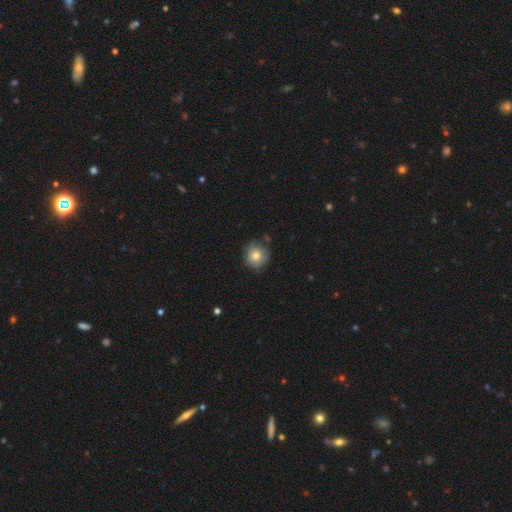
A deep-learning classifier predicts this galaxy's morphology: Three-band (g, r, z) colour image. It shows a smooth galaxy with no disk features (79%) that is round (91%). Merging: none (79%).